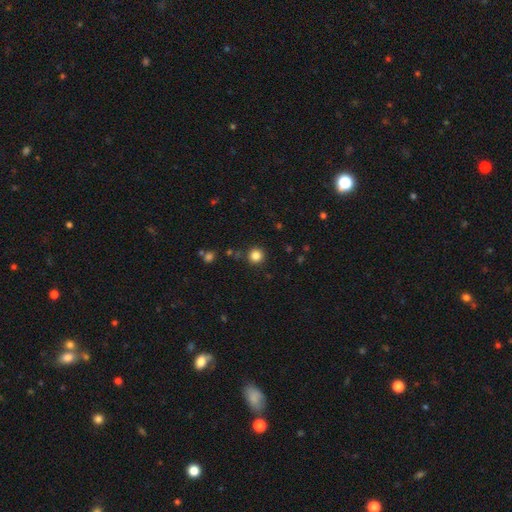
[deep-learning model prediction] Overall: smooth (83%). How rounded: round (95%). Merging: none (89%).